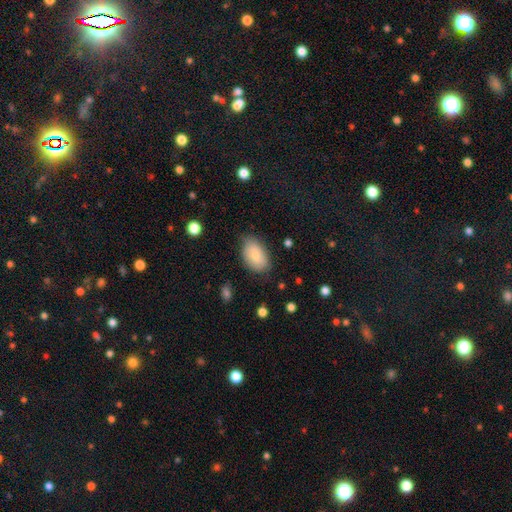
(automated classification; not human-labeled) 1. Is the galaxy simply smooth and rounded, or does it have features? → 77% smooth, 16% featured or disk, 7% star or artifact.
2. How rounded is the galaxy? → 90% in between, 9% round, 1% cigar-shaped.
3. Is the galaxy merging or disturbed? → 74% none, 21% minor disturbance, 4% major disturbance, 1% merger.